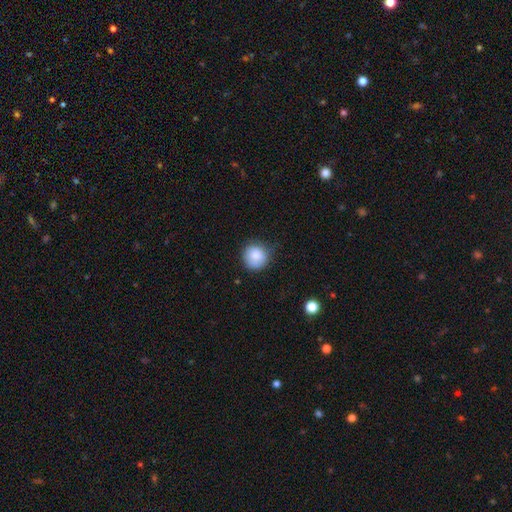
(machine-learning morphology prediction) smooth-or-featured: smooth: 84% | featured or disk: 8% | star or artifact: 8%
  how-rounded: round: 90% | in between: 9% | cigar-shaped: 1%
  merging: none: 69% | minor disturbance: 24% | major disturbance: 5% | merger: 1%